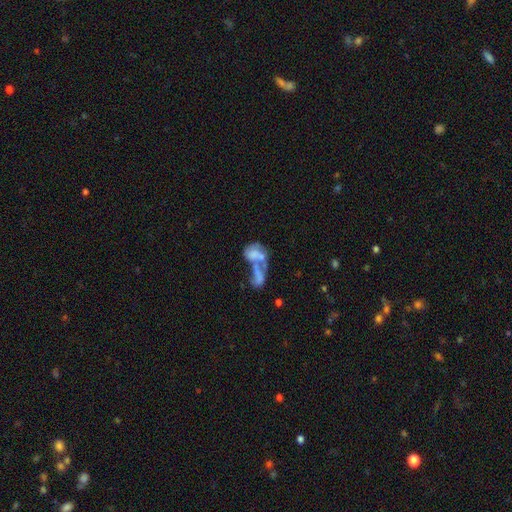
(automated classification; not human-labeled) This appears to be a featured or disk galaxy (46%). Merging: merger (64%).